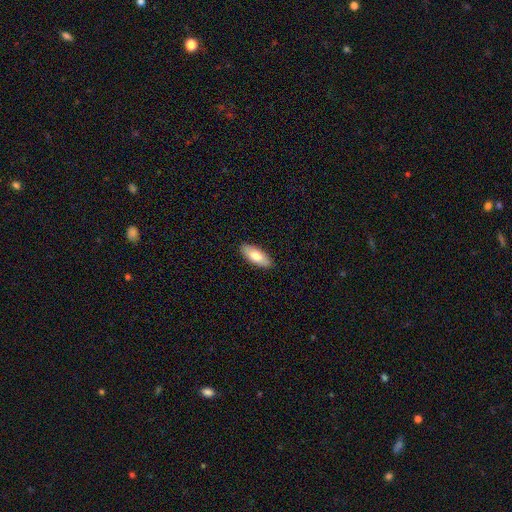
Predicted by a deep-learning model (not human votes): smooth 75%, featured or disk 19%, star or artifact 6%. Down the decision tree: how rounded — in between (85%); merging — none (89%).